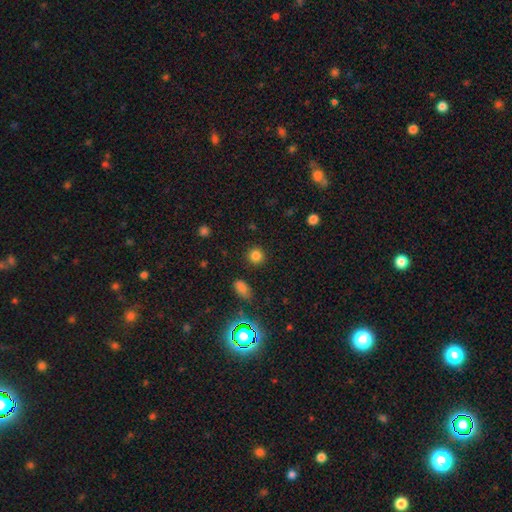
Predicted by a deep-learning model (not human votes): Smooth or featured?
  - smooth: 81% *
  - star or artifact: 15%
  - featured or disk: 4%
How rounded?
  - round: 91% *
  - in between: 8%
  - cigar-shaped: 1%
Merging?
  - none: 90% *
  - minor disturbance: 6%
  - major disturbance: 2%
  - merger: 2%